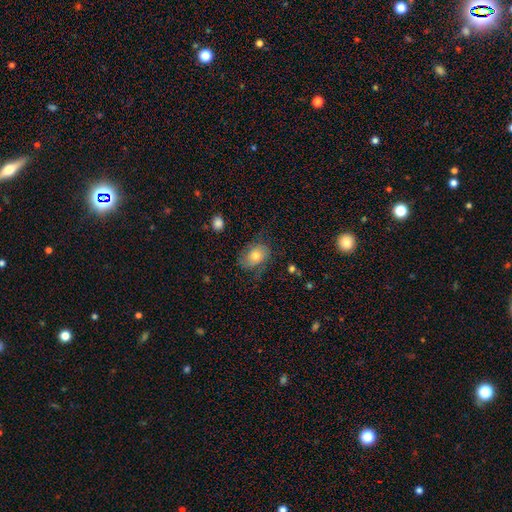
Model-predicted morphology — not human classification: Smooth or featured? smooth (59%)
How rounded? in between (72%)
Merging? none (61%)